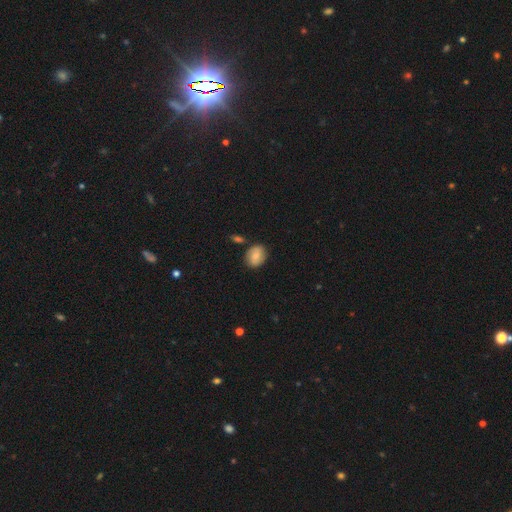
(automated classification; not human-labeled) Smooth or featured?
  - smooth: 67% *
  - featured or disk: 25%
  - star or artifact: 8%
How rounded?
  - in between: 55% *
  - round: 44%
  - cigar-shaped: 1%
Merging?
  - none: 77% *
  - minor disturbance: 14%
  - merger: 6%
  - major disturbance: 3%